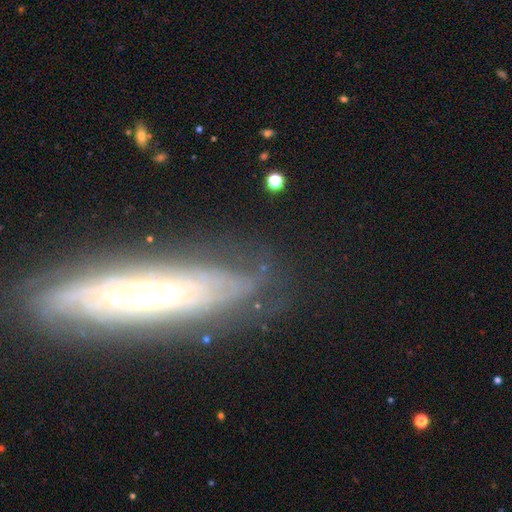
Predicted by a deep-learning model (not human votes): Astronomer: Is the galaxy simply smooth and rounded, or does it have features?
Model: featured or disk — 78%.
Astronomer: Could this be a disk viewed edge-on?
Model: no — 67%.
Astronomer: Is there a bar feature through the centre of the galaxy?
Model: no — 73%.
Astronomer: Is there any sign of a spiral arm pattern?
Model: yes — 87%.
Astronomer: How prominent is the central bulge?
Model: small — 57% (runner-up: moderate, 33%).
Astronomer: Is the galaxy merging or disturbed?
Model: none — 79%.